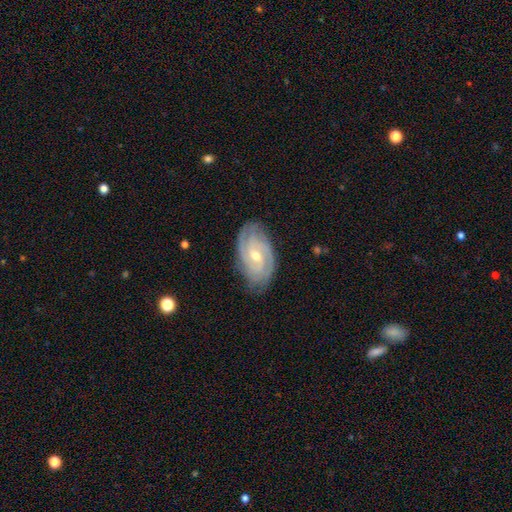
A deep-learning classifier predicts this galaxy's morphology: Smooth or featured? featured or disk (89%)
Edge-on disk? no (96%)
Bar? no (45%)
Spiral arms? yes (98%)
Spiral winding? tight (71%)
Spiral arm count? 3 (37%)
Bulge size? moderate (49%)
Merging? none (81%)